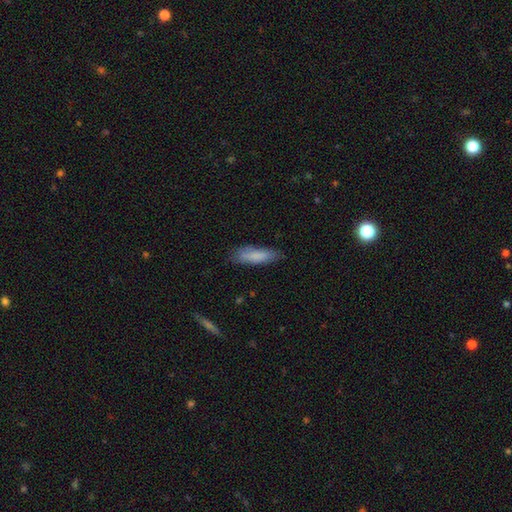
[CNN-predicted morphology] This is clearly a smooth galaxy (81%). How rounded: possibly cigar-shaped (58%). Merging: likely none (77%).